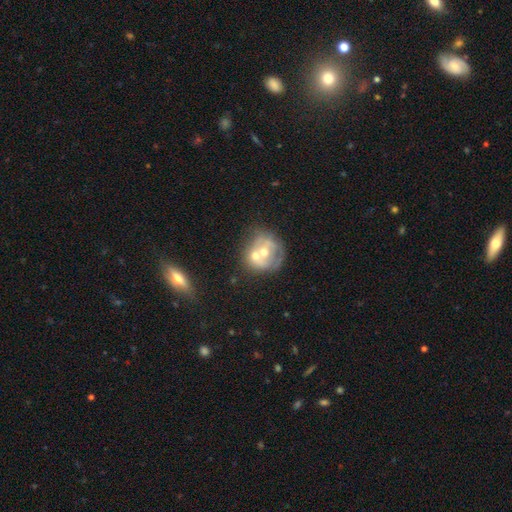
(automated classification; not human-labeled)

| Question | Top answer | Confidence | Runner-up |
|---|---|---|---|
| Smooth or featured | featured or disk | 54% | smooth (38%) |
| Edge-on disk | no | 97% | yes (3%) |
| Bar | no | 86% | weak (11%) |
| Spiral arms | no | 79% | yes (21%) |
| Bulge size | moderate | 68% | small (21%) |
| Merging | merger | 54% | none (26%) |